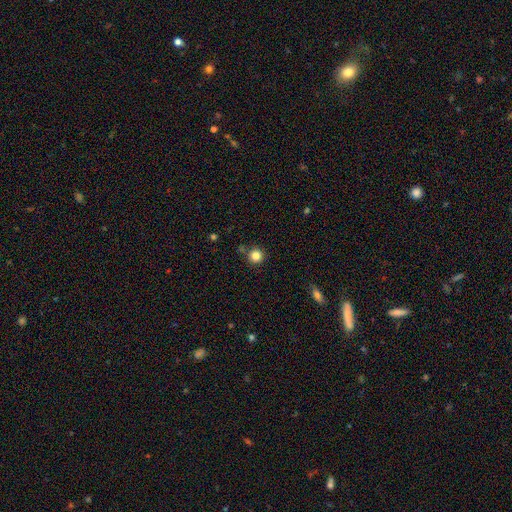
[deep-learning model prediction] Smooth or featured?
  - smooth: 83% *
  - star or artifact: 12%
  - featured or disk: 5%
How rounded?
  - round: 95% *
  - in between: 4%
  - cigar-shaped: 1%
Merging?
  - none: 83% *
  - minor disturbance: 9%
  - merger: 6%
  - major disturbance: 2%